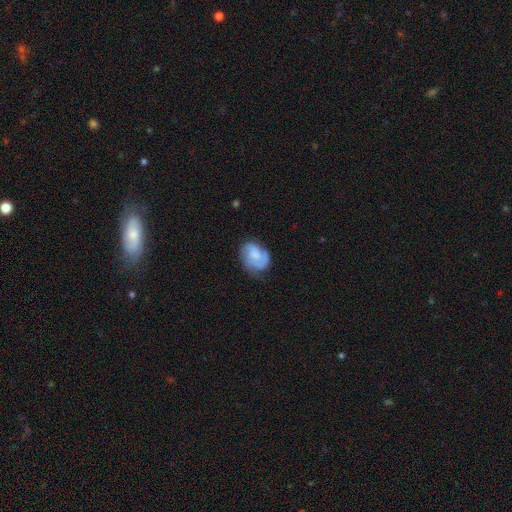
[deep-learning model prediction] This is likely a featured or disk galaxy (63%). It is clearly not viewed edge-on (98%). Bar: likely no (65%). Spiral arm pattern: clearly yes (91%). Spiral arm count: likely 2 (62%). Spiral winding: marginally medium (43%). Central bulge: marginally moderate (31%). Merging: likely none (64%).